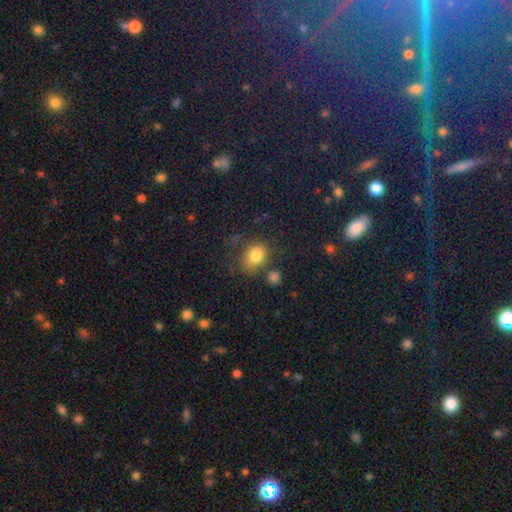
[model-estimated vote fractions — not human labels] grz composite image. It shows a smooth galaxy with no disk features (81%) that is in between round and cigar-shaped (50%). Merging: none (63%).